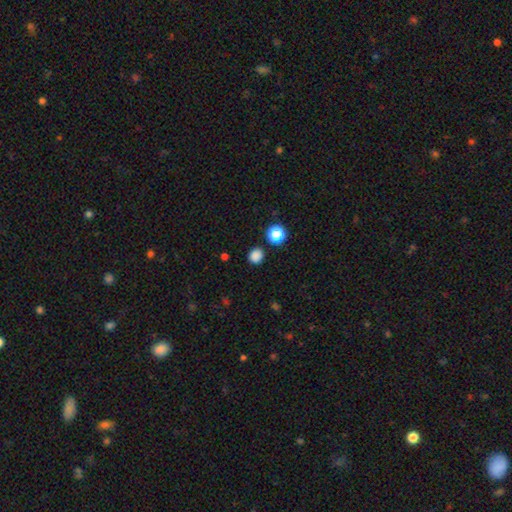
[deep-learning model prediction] Q: Smooth or featured?
A: smooth (84%); runner-up: star or artifact (13%)
Q: How rounded?
A: round (82%); runner-up: in between (17%)
Q: Merging?
A: none (87%); runner-up: minor disturbance (7%)